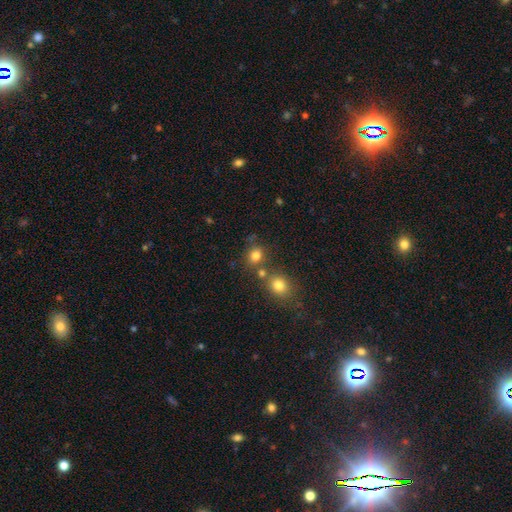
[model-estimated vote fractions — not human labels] This is likely a smooth galaxy (79%). How rounded: likely round (65%). Merging: likely none (64%).